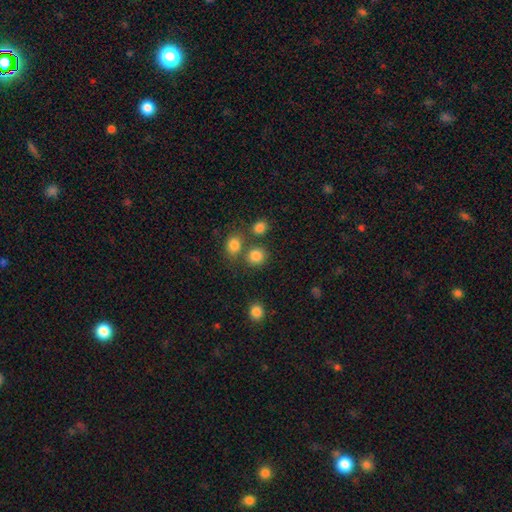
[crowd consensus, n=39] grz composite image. It shows a smooth galaxy with no disk features (87%) that is round (82%). Merging: none (65%).